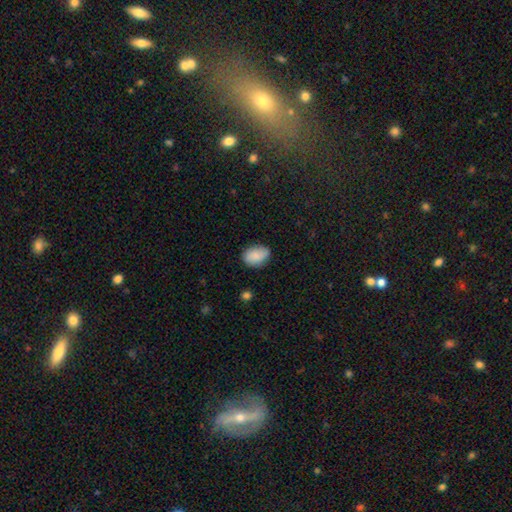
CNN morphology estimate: smooth_or_featured: smooth (p=0.85) [alt: featured or disk p=0.08]
how_rounded: in between (p=0.78) [alt: round p=0.21]
merging: none (p=0.76) [alt: minor disturbance p=0.19]